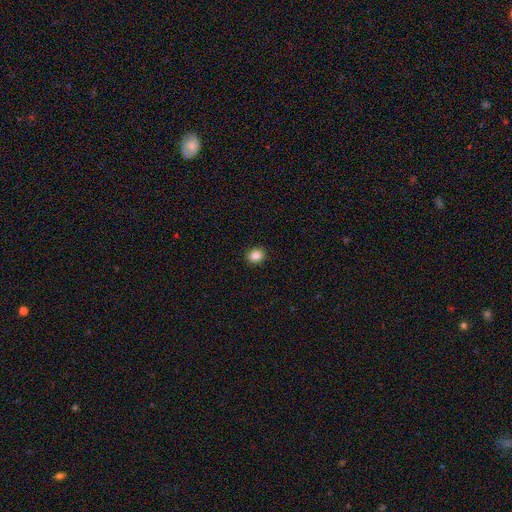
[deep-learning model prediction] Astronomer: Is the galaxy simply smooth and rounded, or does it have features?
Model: smooth — 86%.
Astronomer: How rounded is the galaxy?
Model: round — 62%.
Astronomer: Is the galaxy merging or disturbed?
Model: none — 91%.